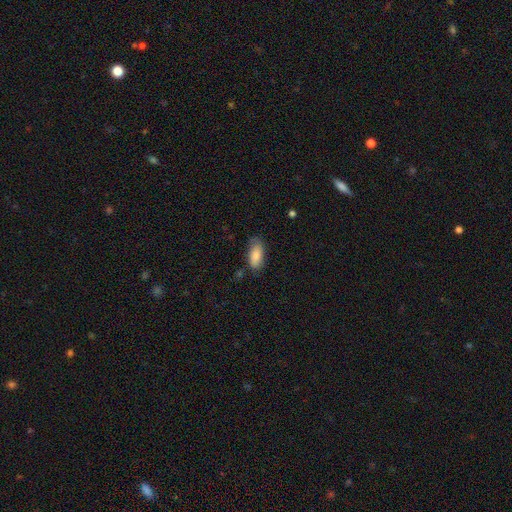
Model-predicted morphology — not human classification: smooth_or_featured: smooth (p=0.83) [alt: featured or disk p=0.11]
how_rounded: in between (p=0.89) [alt: cigar-shaped p=0.09]
merging: none (p=0.70) [alt: minor disturbance p=0.23]